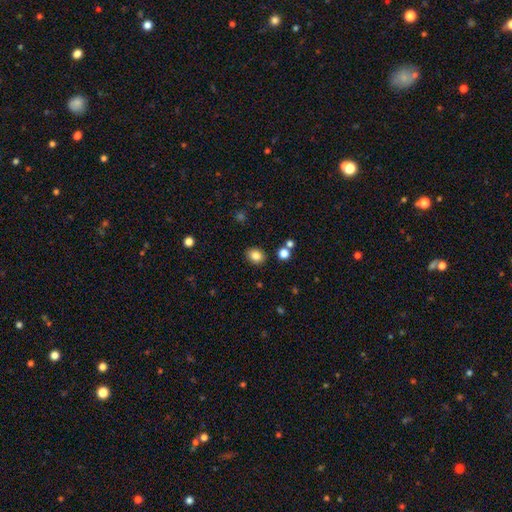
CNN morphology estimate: Q: Smooth or featured?
A: smooth (83%); runner-up: star or artifact (11%)
Q: How rounded?
A: round (58%); runner-up: in between (41%)
Q: Merging?
A: none (87%); runner-up: minor disturbance (8%)